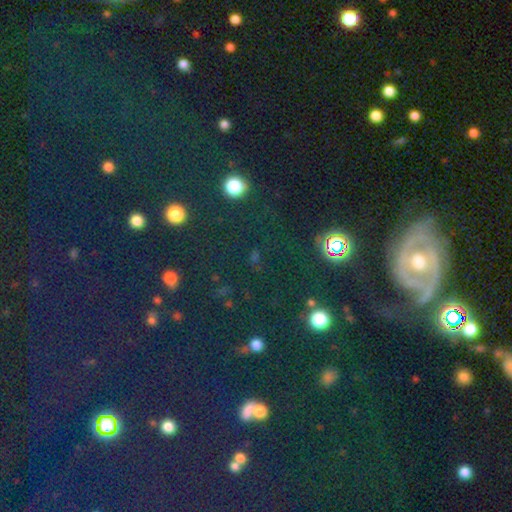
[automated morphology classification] This appears to be a star or artifact, not a galaxy (50%).